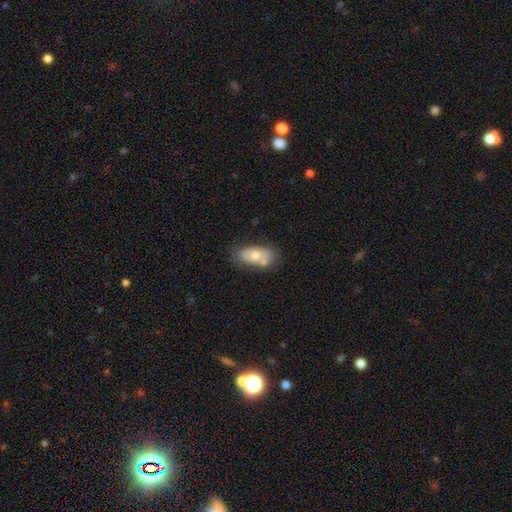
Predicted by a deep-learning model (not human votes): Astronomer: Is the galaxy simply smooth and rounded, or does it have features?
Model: smooth — 64%.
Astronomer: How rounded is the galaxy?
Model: in between — 90%.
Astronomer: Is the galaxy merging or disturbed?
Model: none — 56%.